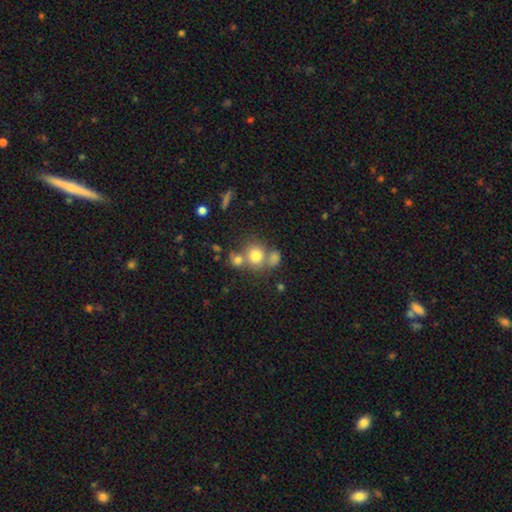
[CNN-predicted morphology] Smooth or featured? Predicted: smooth (p=0.75). How rounded? Predicted: round (p=0.81). Merging? Predicted: none (p=0.51).